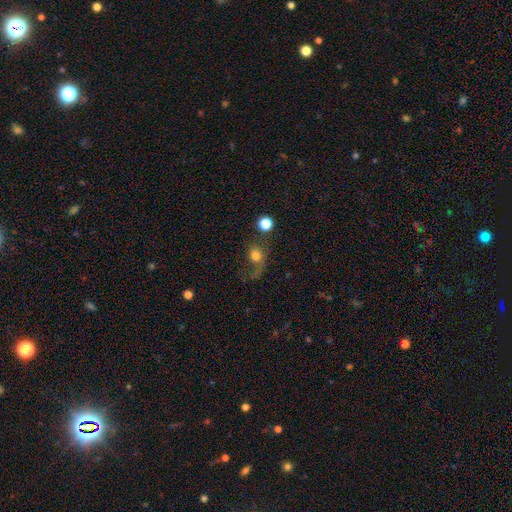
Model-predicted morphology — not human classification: type=smooth (69%); roundness=round (67%); merging=major disturbance (39%).